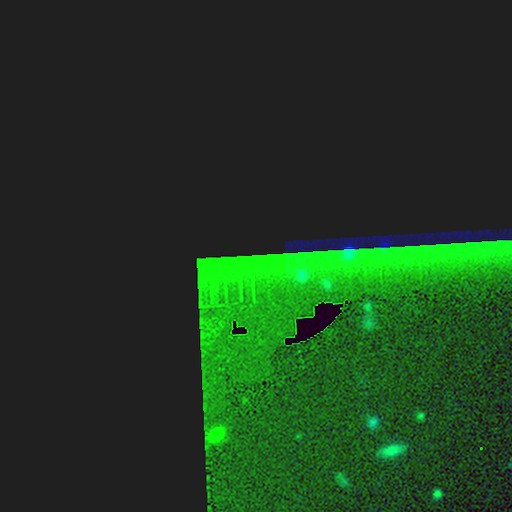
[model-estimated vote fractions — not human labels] A star or artifact, not a galaxy (88%).

Vote fractions:
- Smooth or featured? star or artifact: 88% / featured or disk: 6% / smooth: 6%